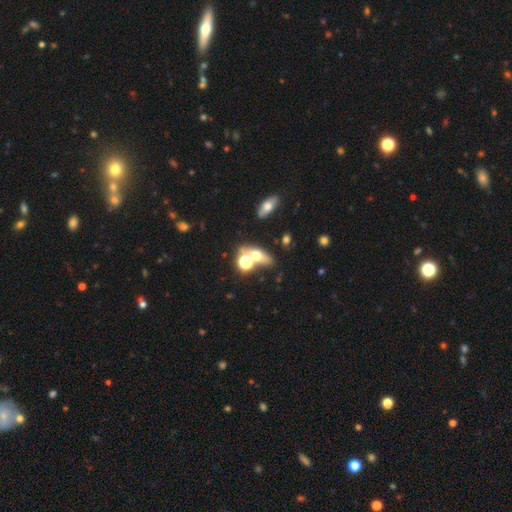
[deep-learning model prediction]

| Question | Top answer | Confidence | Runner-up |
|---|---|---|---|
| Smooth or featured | smooth | 53% | featured or disk (24%) |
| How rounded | in between | 60% | round (29%) |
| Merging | none | 50% | merger (32%) |